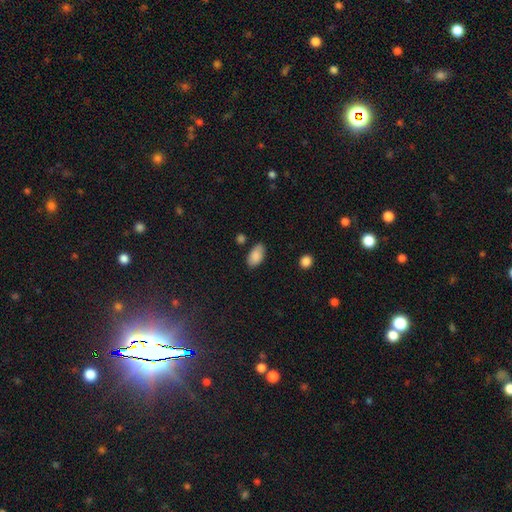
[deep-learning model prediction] Q: Smooth or featured?
A: smooth (88%); runner-up: star or artifact (7%)
Q: How rounded?
A: in between (94%); runner-up: round (3%)
Q: Merging?
A: none (80%); runner-up: minor disturbance (14%)